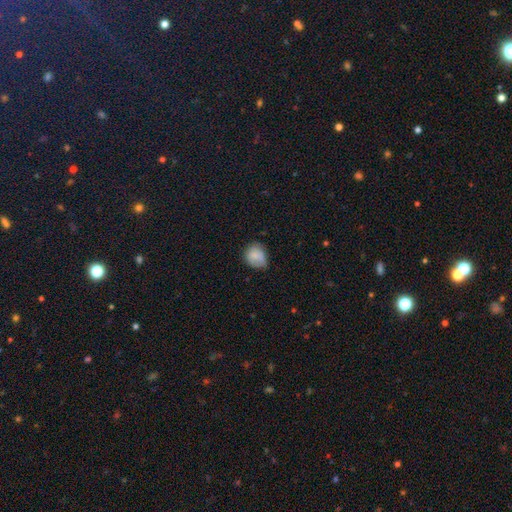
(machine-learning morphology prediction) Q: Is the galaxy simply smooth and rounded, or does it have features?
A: smooth — 79%.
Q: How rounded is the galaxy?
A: round — 62%.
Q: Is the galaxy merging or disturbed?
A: none — 59%.